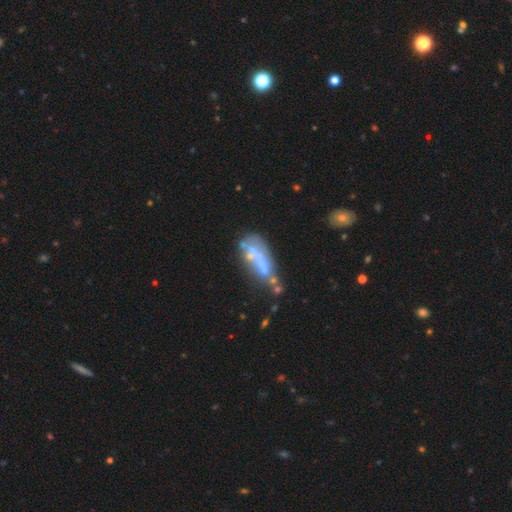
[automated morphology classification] Overall: featured or disk (50%; smooth 38%). Edge-on disk: no (86%). Merging: none (31%; merger 24%).